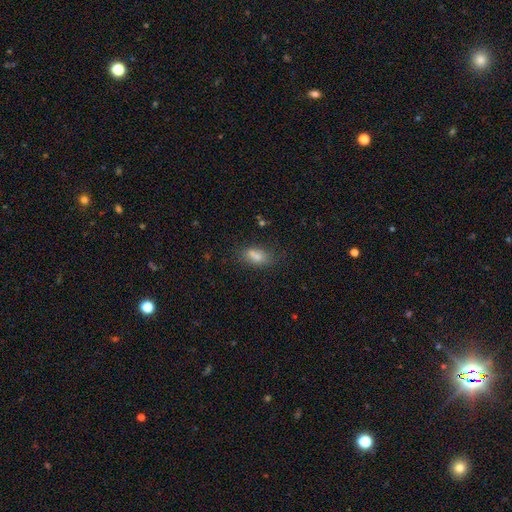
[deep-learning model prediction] The model was most divided on "merging": none: 70%, minor disturbance: 17%, merger: 8%, major disturbance: 6%. More confident: how rounded — in between (79%); smooth or featured — smooth (74%).